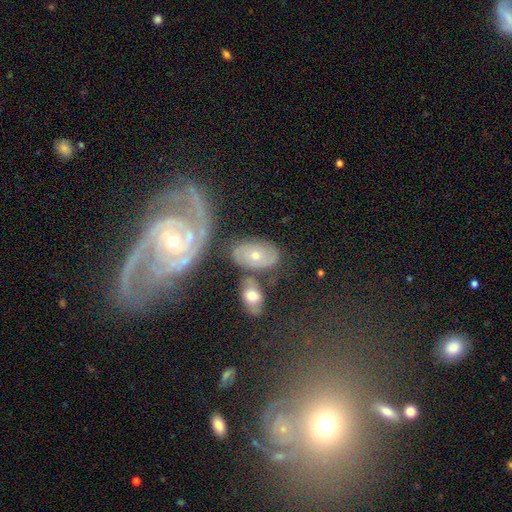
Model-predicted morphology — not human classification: Smooth or featured: featured or disk — 56% (smooth — 36%)
Edge-on disk: no — 92% (yes — 8%)
Bar: no — 73% (weak — 21%)
Spiral arms: yes — 75% (no — 25%)
Bulge size: moderate — 55% (small — 40%)
Merging: none — 58% (minor disturbance — 19%)